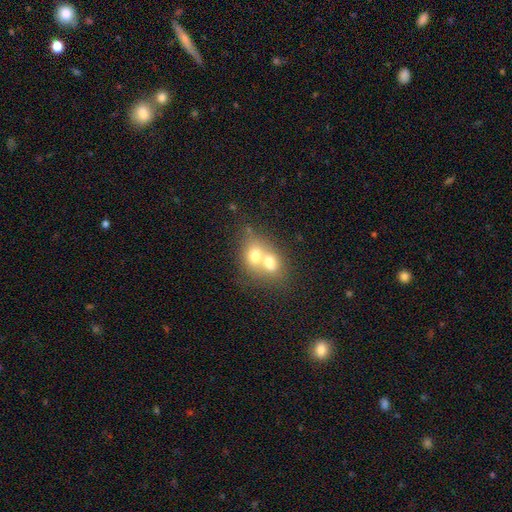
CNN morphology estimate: Q: Smooth or featured?
A: smooth (61%); runner-up: featured or disk (26%)
Q: How rounded?
A: round (56%); runner-up: in between (43%)
Q: Merging?
A: merger (70%); runner-up: none (21%)